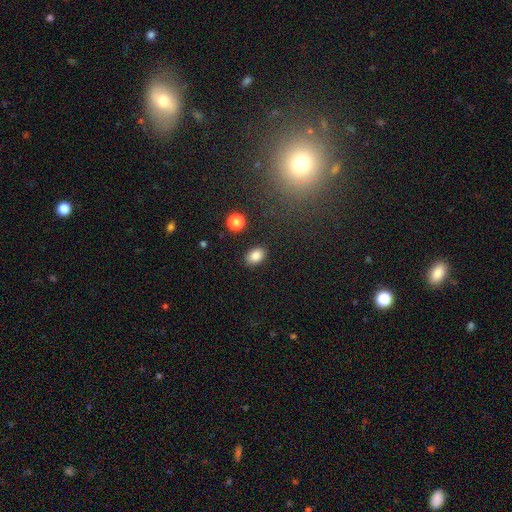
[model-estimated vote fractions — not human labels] This is clearly a smooth galaxy (85%). How rounded: clearly in between (82%). Merging: clearly none (86%).